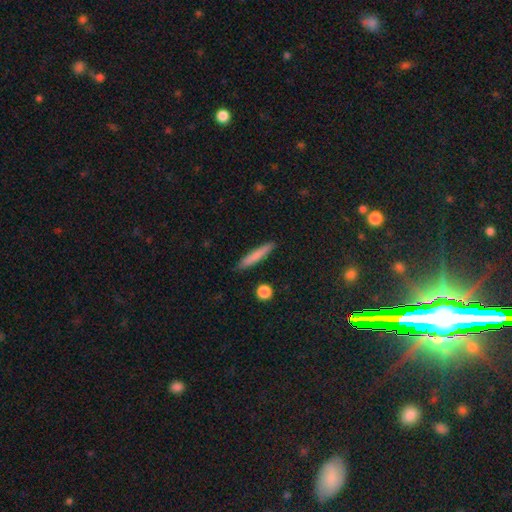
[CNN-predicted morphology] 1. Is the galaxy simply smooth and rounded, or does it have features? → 77% smooth, 16% featured or disk, 7% star or artifact.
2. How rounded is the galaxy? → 93% cigar-shaped, 5% in between, 2% round.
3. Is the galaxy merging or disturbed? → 89% none, 8% minor disturbance, 2% major disturbance, 2% merger.